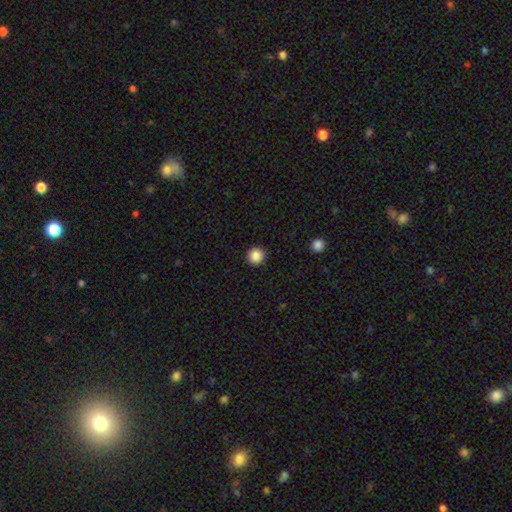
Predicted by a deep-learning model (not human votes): Overall: smooth (87%). How rounded: round (94%). Merging: none (93%).